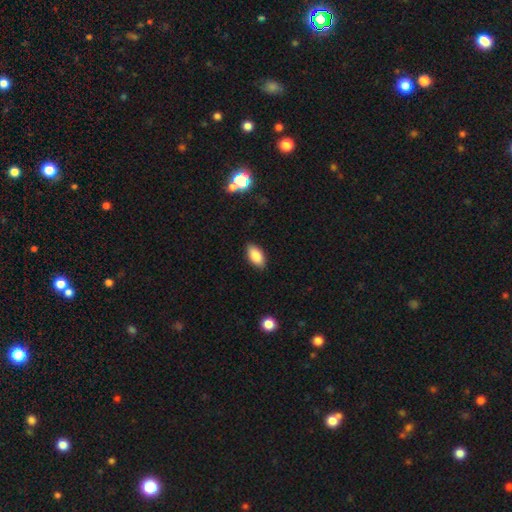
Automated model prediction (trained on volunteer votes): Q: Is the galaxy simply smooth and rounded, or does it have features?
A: smooth — 85%.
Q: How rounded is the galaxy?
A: in between — 92%.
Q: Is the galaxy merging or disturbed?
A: none — 88%.